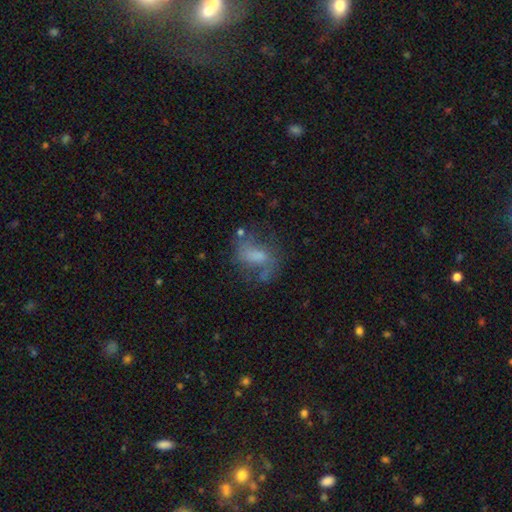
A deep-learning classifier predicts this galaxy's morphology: Smooth or featured? featured or disk (50%)
Edge-on disk? no (95%)
Merging? none (48%)